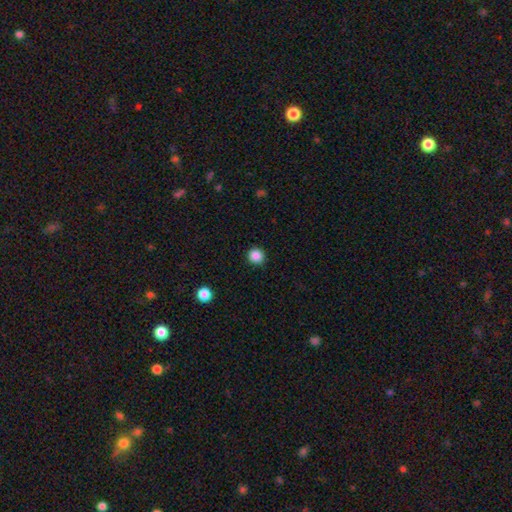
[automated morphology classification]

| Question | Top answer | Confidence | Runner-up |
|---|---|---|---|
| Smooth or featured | smooth | 86% | star or artifact (11%) |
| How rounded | round | 94% | in between (5%) |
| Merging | none | 91% | minor disturbance (6%) |